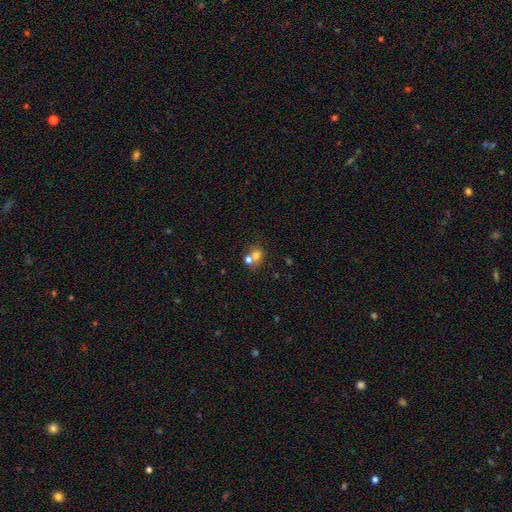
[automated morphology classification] Smooth or featured?
  - smooth: 70% *
  - featured or disk: 16%
  - star or artifact: 14%
How rounded?
  - round: 67% *
  - in between: 32%
  - cigar-shaped: 1%
Merging?
  - merger: 50% *
  - none: 38%
  - minor disturbance: 8%
  - major disturbance: 4%